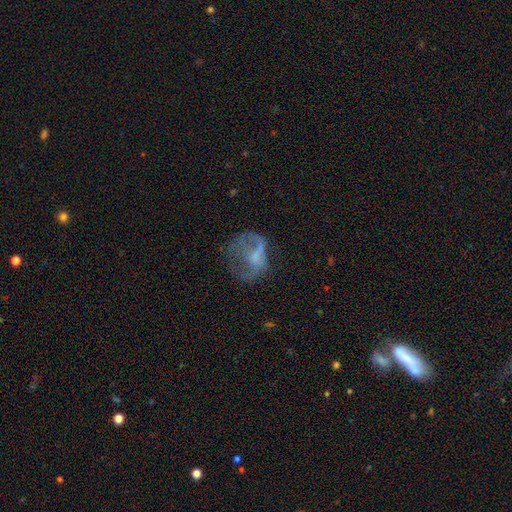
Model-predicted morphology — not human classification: featured or disk 47%, smooth 40%, star or artifact 14%. Down the decision tree: merging — major disturbance (50%).